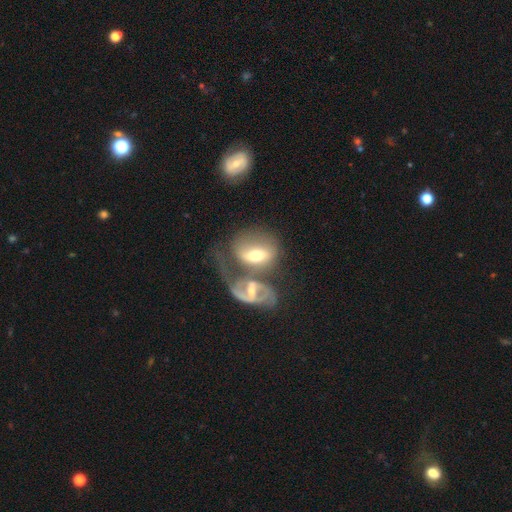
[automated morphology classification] smooth_or_featured: featured or disk (p=0.59) [alt: smooth p=0.33]
disk_edge_on: no (p=0.91) [alt: yes p=0.09]
bar: strong (p=0.40) [tied with: weak p=0.40]
has_spiral_arms: yes (p=0.72) [alt: no p=0.28]
bulge_size: moderate (p=0.63) [alt: small p=0.23]
merging: merger (p=0.59) [alt: none p=0.19]